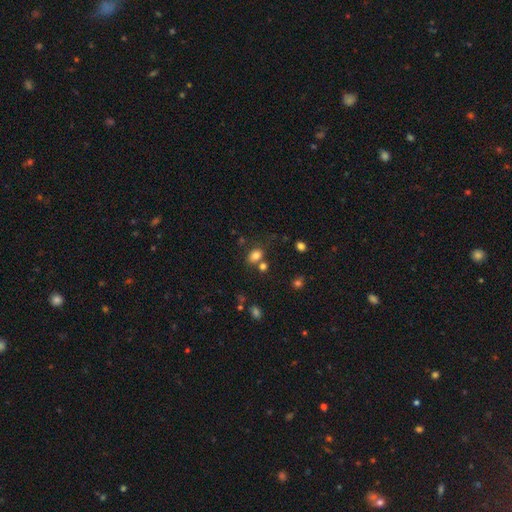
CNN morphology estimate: This appears to be a smooth galaxy with no disk features (80%) that is in between round and cigar-shaped (74%). Merging: none (61%).